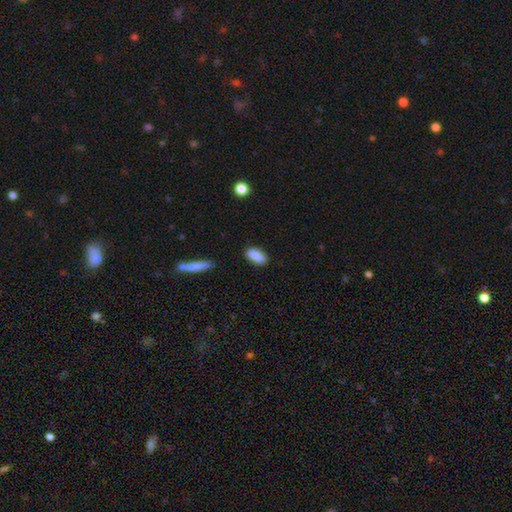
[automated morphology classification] This appears to be a smooth galaxy with no disk features (88%) that is in between round and cigar-shaped (81%). Merging: none (84%).